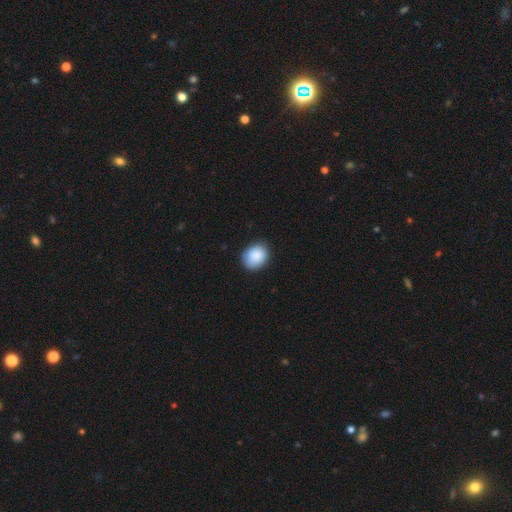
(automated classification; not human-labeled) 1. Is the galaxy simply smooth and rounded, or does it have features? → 89% smooth, 7% star or artifact, 4% featured or disk.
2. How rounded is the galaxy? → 52% round, 47% in between, 1% cigar-shaped.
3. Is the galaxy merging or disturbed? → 83% none, 14% minor disturbance, 2% major disturbance, 1% merger.